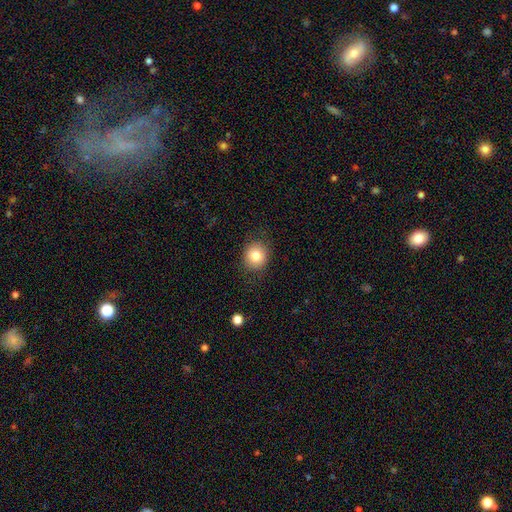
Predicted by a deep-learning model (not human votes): Morphology: type=smooth (81%); roundness=round (83%); merging=none (86%).